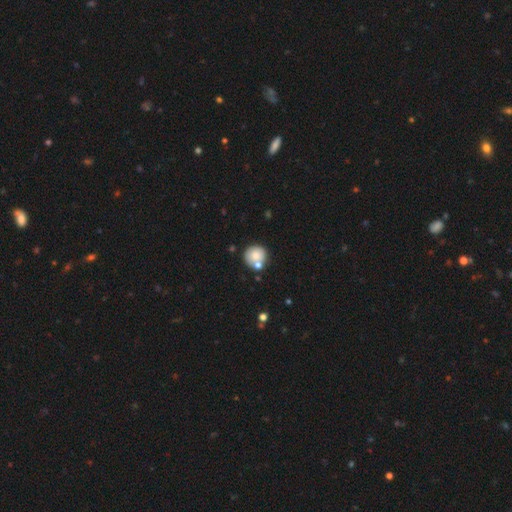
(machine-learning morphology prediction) Smooth or featured: smooth — 76% (featured or disk — 16%)
How rounded: round — 91% (in between — 8%)
Merging: none — 62% (merger — 22%)